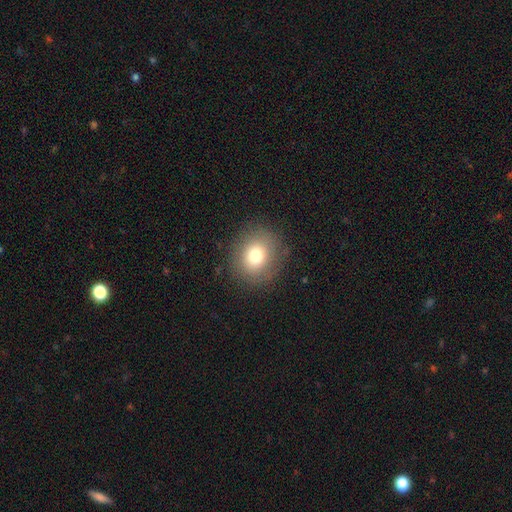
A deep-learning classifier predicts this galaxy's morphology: Overall: smooth (77%). How rounded: round (78%). Merging: none (86%).